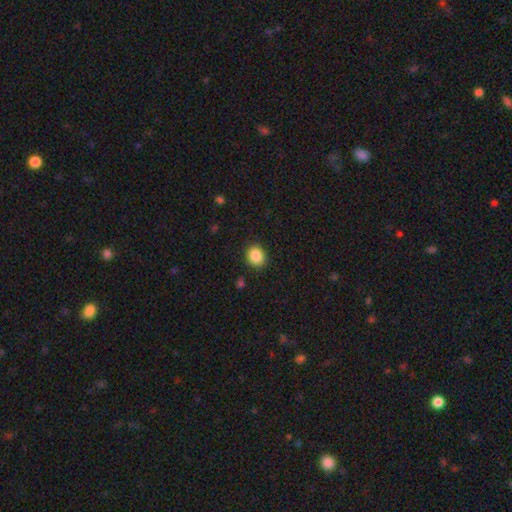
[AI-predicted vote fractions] Morphology: type=smooth (88%); roundness=round (68%); merging=none (89%).